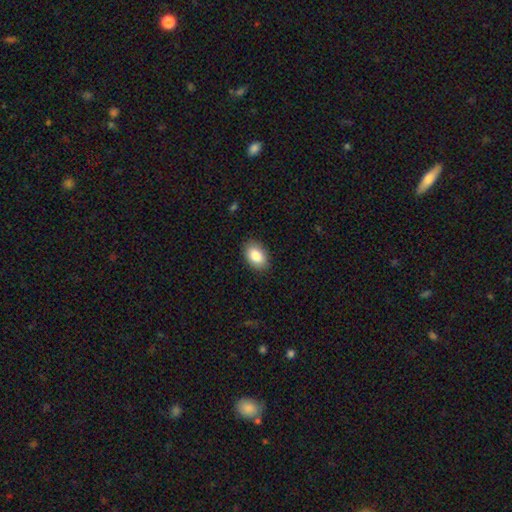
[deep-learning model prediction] Smooth or featured: smooth — 84% (featured or disk — 8%)
How rounded: in between — 87% (round — 11%)
Merging: none — 88% (minor disturbance — 9%)